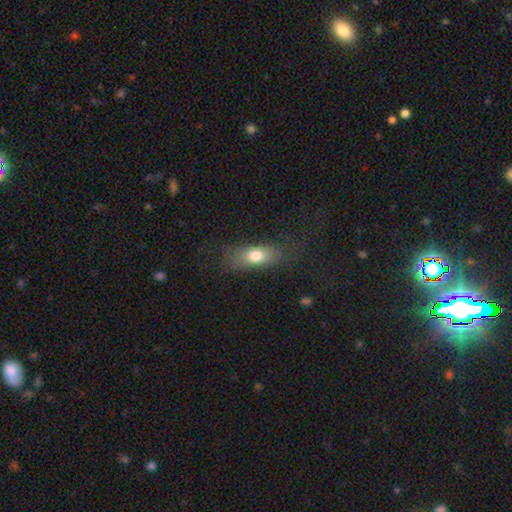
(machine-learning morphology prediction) Smooth or featured? Predicted: smooth (p=0.74). How rounded? Predicted: in between (p=0.74). Merging? Predicted: none (p=0.71).